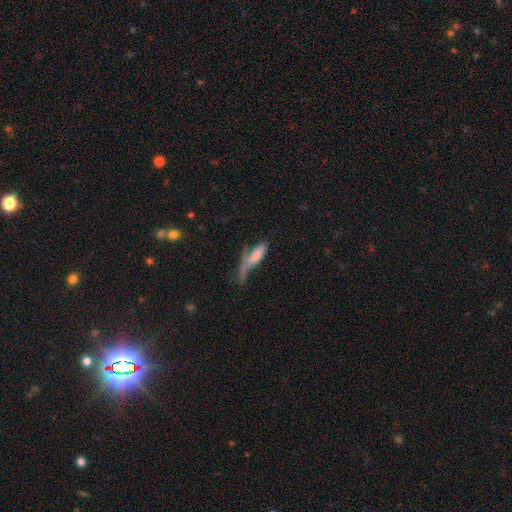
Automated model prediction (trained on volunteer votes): This is possibly a smooth galaxy (59%). How rounded: likely cigar-shaped (62%). Merging: marginally major disturbance (30%).